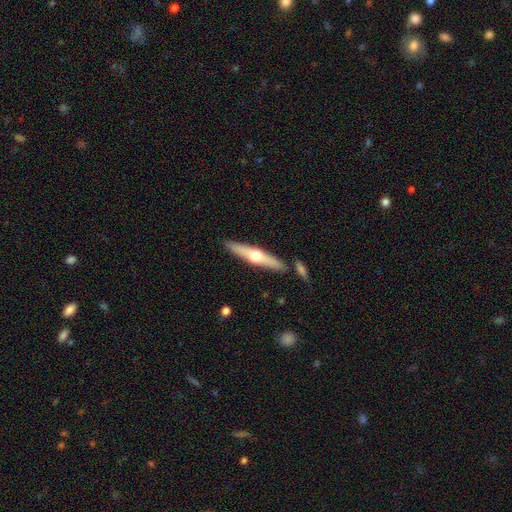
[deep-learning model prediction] Smooth or featured?
  - featured or disk: 61% *
  - smooth: 34%
  - star or artifact: 5%
Edge-on disk?
  - yes: 95% *
  - no: 5%
Edge-on bulge?
  - rounded: 94% *
  - none: 3%
  - boxy: 2%
Merging?
  - none: 86% *
  - minor disturbance: 8%
  - merger: 5%
  - major disturbance: 2%